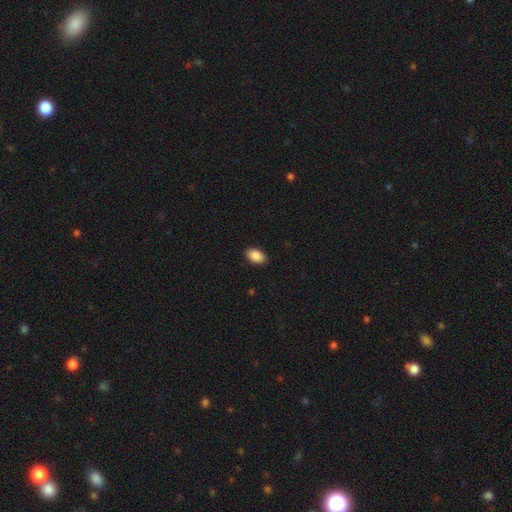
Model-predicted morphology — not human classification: Smooth or featured?
  - smooth: 89% *
  - star or artifact: 7%
  - featured or disk: 4%
How rounded?
  - in between: 91% *
  - round: 7%
  - cigar-shaped: 1%
Merging?
  - none: 89% *
  - minor disturbance: 8%
  - major disturbance: 2%
  - merger: 1%